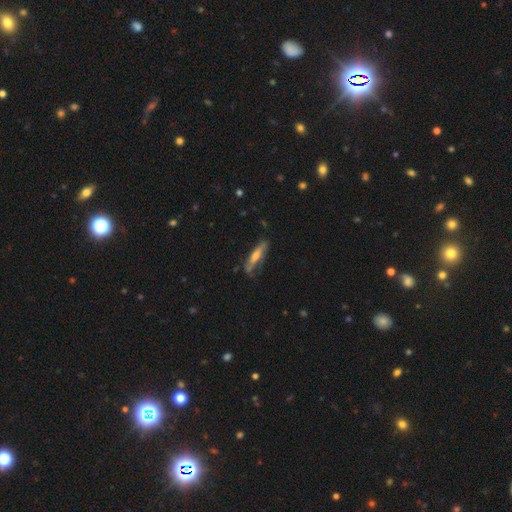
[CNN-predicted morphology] Smooth or featured: smooth — 47% (tied with featured or disk — 47%)
Merging: none — 64% (minor disturbance — 25%)